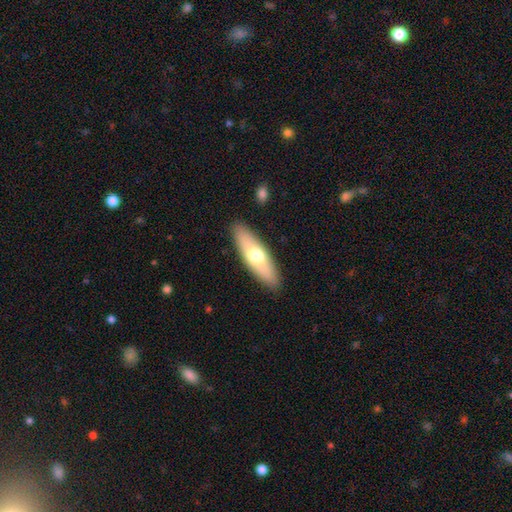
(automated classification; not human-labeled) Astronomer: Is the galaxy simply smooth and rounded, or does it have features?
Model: smooth — 61%.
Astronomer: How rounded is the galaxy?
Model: cigar-shaped — 52% (runner-up: in between, 46%).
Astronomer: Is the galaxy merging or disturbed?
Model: none — 89%.